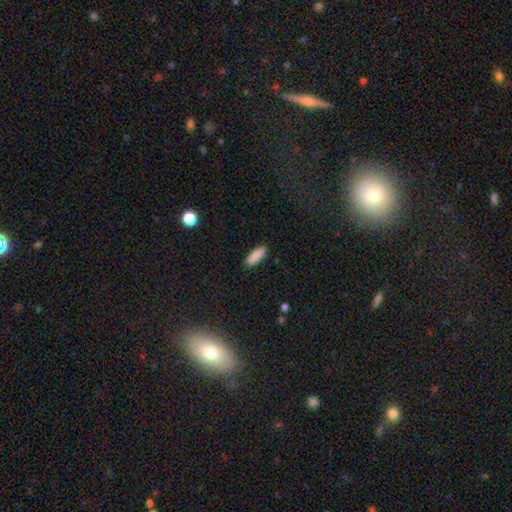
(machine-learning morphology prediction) This appears to be a smooth galaxy with no disk features (88%) that is in between round and cigar-shaped (54%). Merging: none (88%).